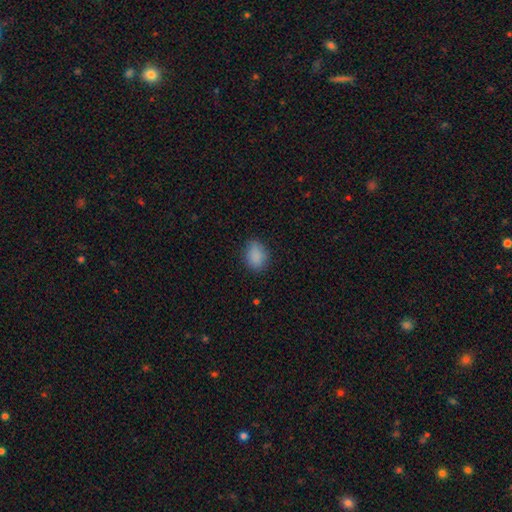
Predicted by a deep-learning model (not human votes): A smooth galaxy with no disk features (87%) that is in between round and cigar-shaped (59%). Merging: none (82%).